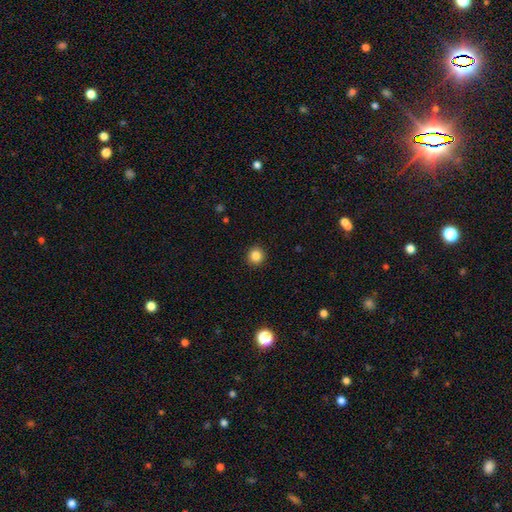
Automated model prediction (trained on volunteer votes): A smooth galaxy with no disk features (85%) that is round (93%).

Vote fractions:
- Smooth or featured? smooth: 85% / star or artifact: 11% / featured or disk: 4%
- How rounded? round: 93% / in between: 6% / cigar-shaped: 1%
- Merging? none: 93% / minor disturbance: 5% / major disturbance: 2% / merger: 1%